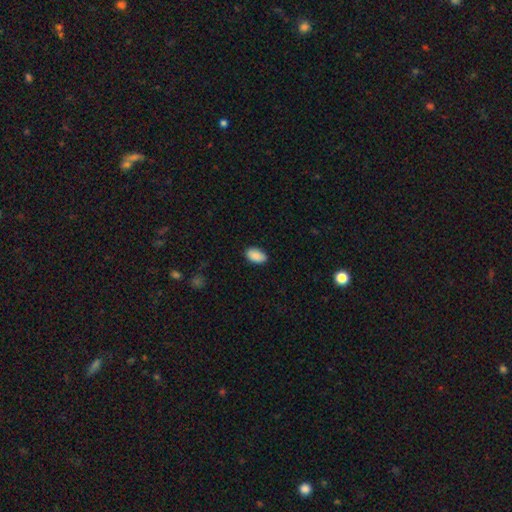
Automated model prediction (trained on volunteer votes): A smooth galaxy with no disk features (90%) that is in between round and cigar-shaped (94%). Merging: none (86%).